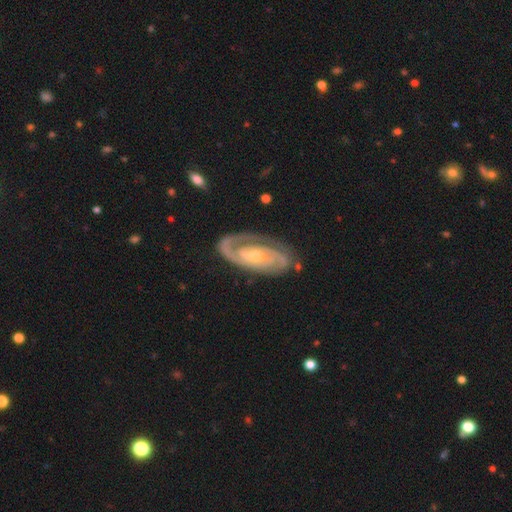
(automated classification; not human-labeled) A featured or disk galaxy (91%) with no bar (46%), 2 (81%) tight (67%) spiral arms (98%) and a moderate central bulge (51%). Merging: none (78%).